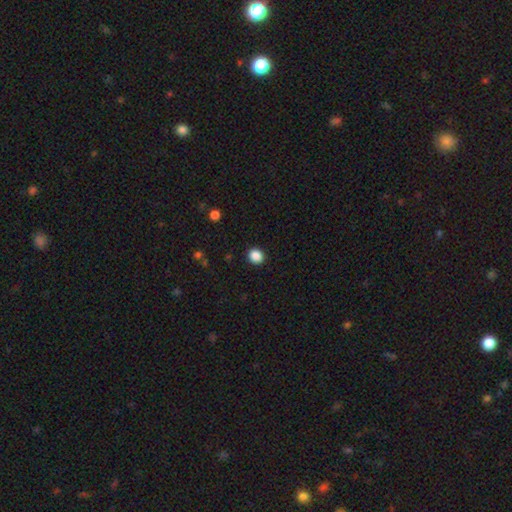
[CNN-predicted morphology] Q: Smooth or featured?
A: smooth (88%); runner-up: star or artifact (10%)
Q: How rounded?
A: round (81%); runner-up: in between (18%)
Q: Merging?
A: none (92%); runner-up: minor disturbance (5%)